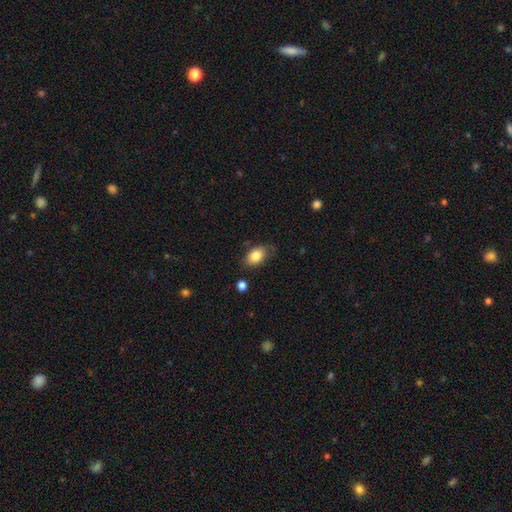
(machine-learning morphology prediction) type=smooth (84%); roundness=in between (87%); merging=none (72%).